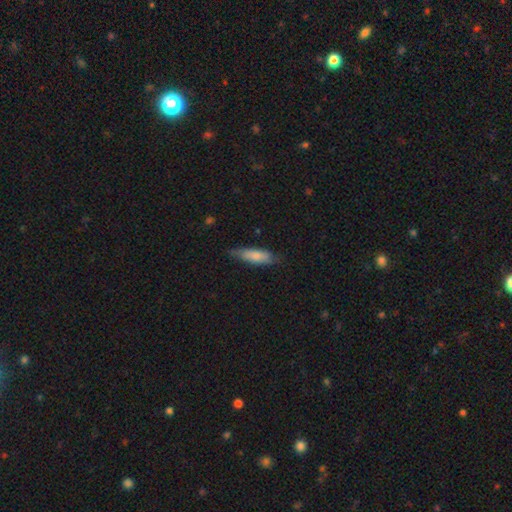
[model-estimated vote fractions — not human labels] Smooth or featured? smooth (77%)
How rounded? cigar-shaped (57%)
Merging? none (70%)